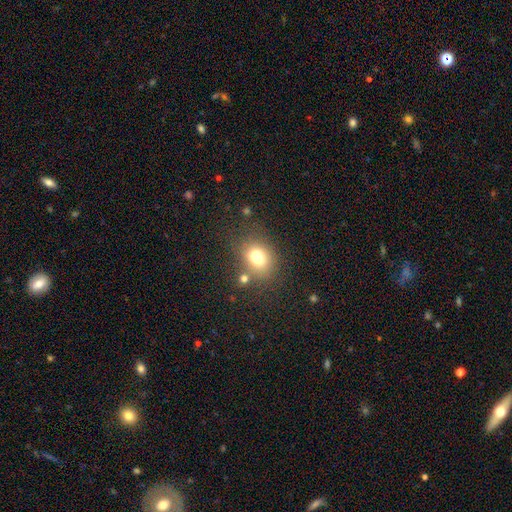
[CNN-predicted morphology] Smooth or featured? Predicted: smooth (p=0.74). How rounded? Predicted: in between (p=0.54). Merging? Predicted: none (p=0.58).